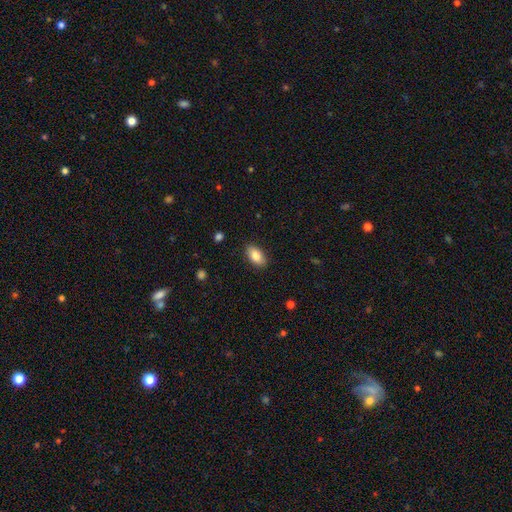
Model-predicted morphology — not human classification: type=smooth (84%); roundness=in between (93%); merging=none (88%).